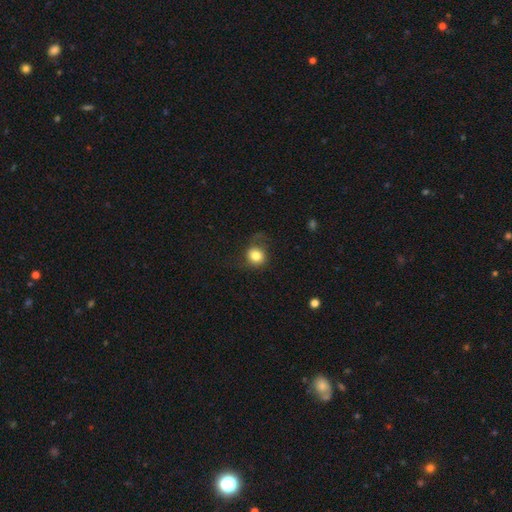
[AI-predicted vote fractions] Smooth or featured? Predicted: smooth (p=0.81). How rounded? Predicted: round (p=0.79). Merging? Predicted: none (p=0.62).